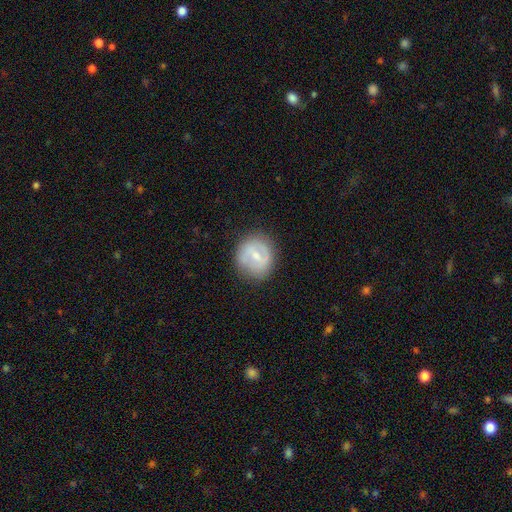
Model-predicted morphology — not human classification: A featured or disk galaxy (49%). Merging: none (77%).